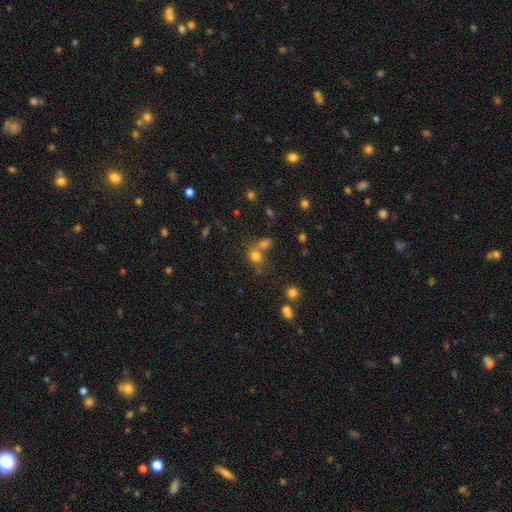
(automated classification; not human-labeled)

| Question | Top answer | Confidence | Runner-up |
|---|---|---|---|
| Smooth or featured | smooth | 73% | star or artifact (17%) |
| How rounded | in between | 53% | round (45%) |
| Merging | merger | 45% | none (40%) |